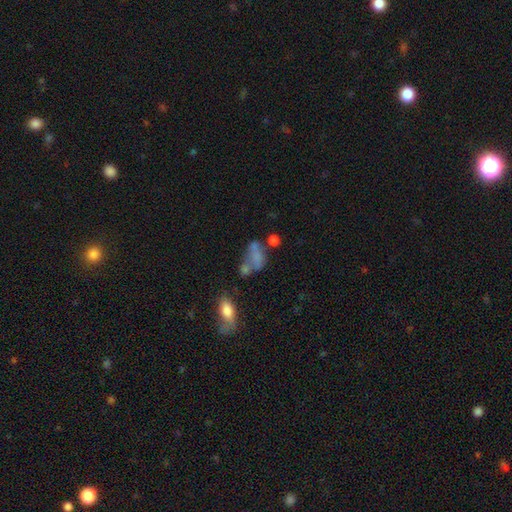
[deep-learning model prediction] Smooth or featured?
  - smooth: 62% *
  - featured or disk: 23%
  - star or artifact: 15%
How rounded?
  - in between: 80% *
  - round: 14%
  - cigar-shaped: 6%
Merging?
  - merger: 35% *
  - none: 28%
  - major disturbance: 19%
  - minor disturbance: 18%